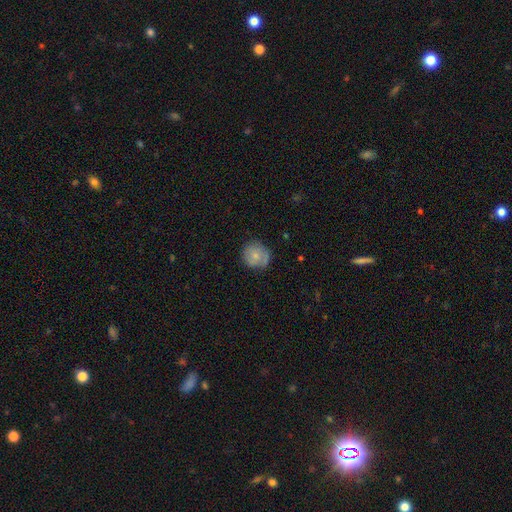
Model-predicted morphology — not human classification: A smooth galaxy with no disk features (68%) that is round (89%). Merging: none (72%).